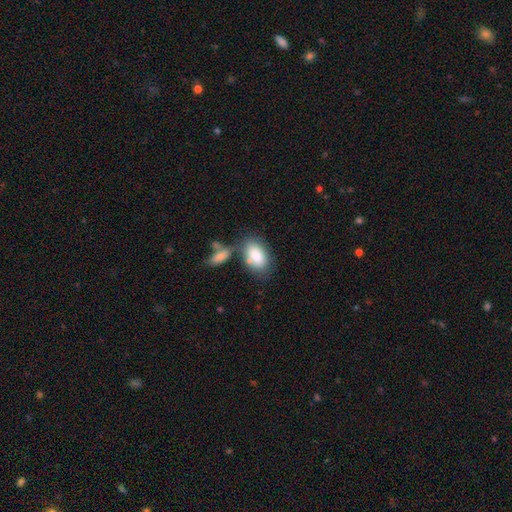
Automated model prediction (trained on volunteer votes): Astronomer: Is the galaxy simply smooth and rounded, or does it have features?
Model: smooth — 84%.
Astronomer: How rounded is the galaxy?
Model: in between — 92%.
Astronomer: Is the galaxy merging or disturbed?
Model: none — 51% (runner-up: merger, 27%).